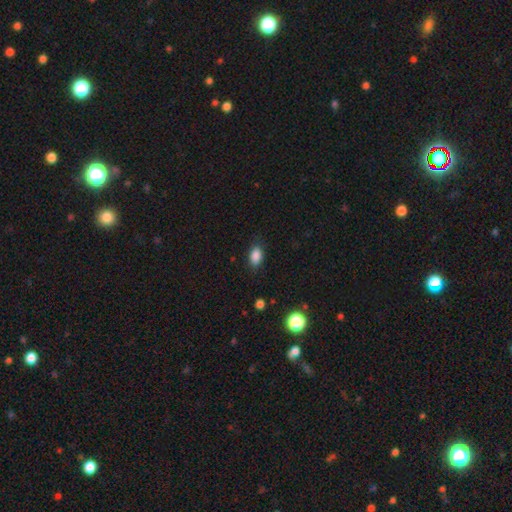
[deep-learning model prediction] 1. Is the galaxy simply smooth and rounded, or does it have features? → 87% smooth, 9% star or artifact, 4% featured or disk.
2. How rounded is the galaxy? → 89% in between, 9% round, 2% cigar-shaped.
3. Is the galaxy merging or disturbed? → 84% none, 12% minor disturbance, 3% major disturbance, 1% merger.